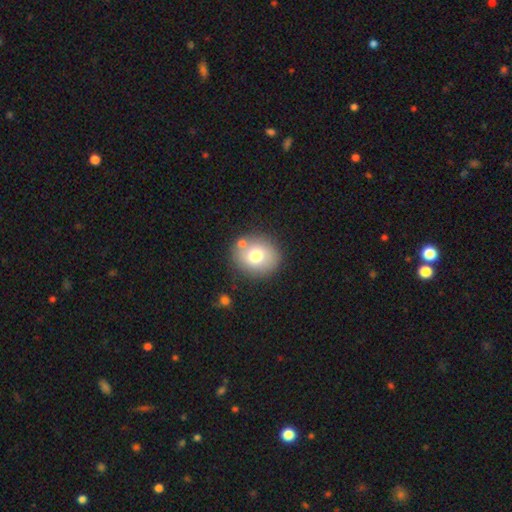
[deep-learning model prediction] smooth_or_featured: smooth (p=0.73) [alt: featured or disk p=0.17]
how_rounded: round (p=0.78) [alt: in between p=0.21]
merging: none (p=0.78) [alt: minor disturbance p=0.10]